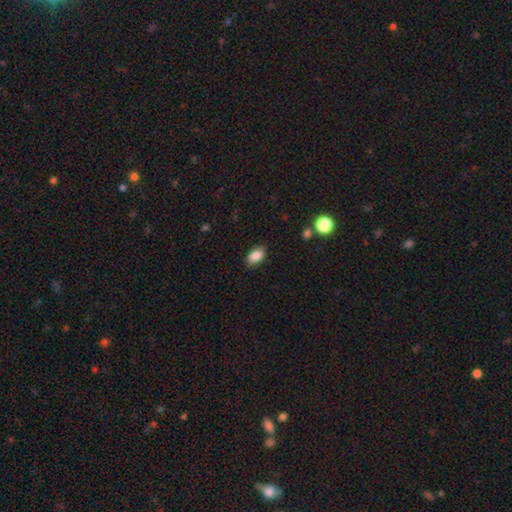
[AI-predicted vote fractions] smooth 86%, star or artifact 8%, featured or disk 5%. Down the decision tree: how rounded — in between (91%); merging — none (86%).